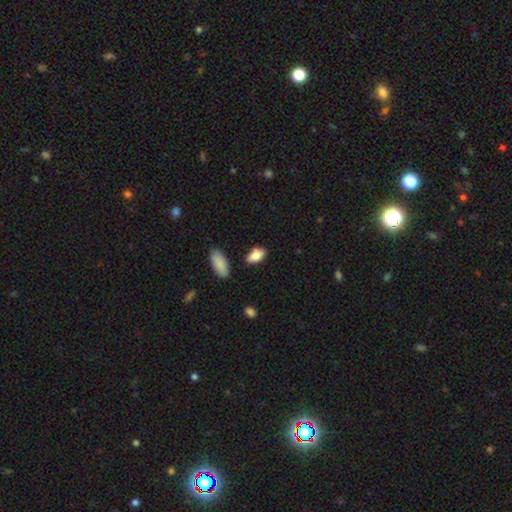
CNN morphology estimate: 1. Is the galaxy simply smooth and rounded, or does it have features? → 84% smooth, 8% featured or disk, 7% star or artifact.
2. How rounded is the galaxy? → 90% in between, 6% cigar-shaped, 4% round.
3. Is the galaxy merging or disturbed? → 80% none, 14% minor disturbance, 4% merger, 3% major disturbance.